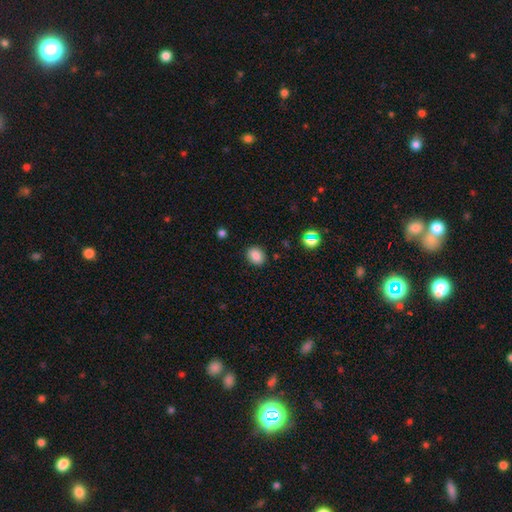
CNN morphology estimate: type=smooth (84%); roundness=in between (52%); merging=none (87%).